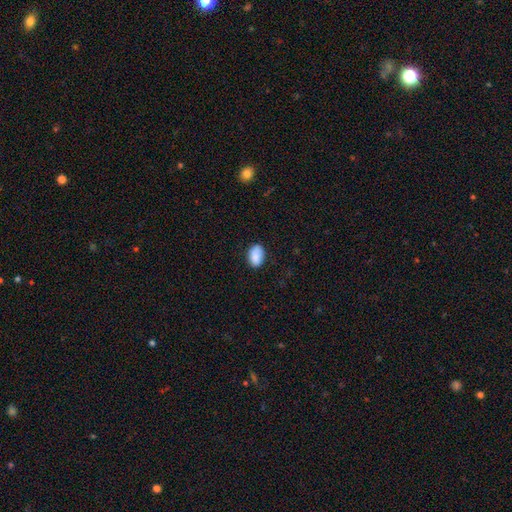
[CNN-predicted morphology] Smooth or featured?
  - smooth: 89% *
  - star or artifact: 7%
  - featured or disk: 4%
How rounded?
  - in between: 88% *
  - round: 11%
  - cigar-shaped: 1%
Merging?
  - none: 83% *
  - minor disturbance: 13%
  - major disturbance: 3%
  - merger: 1%